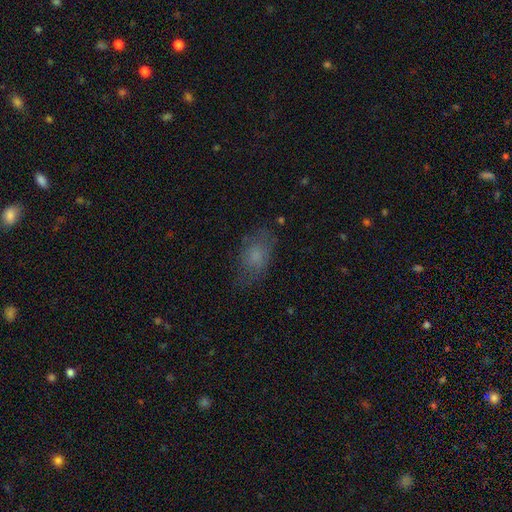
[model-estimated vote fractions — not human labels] Smooth or featured? smooth (67%)
How rounded? in between (86%)
Merging? none (65%)